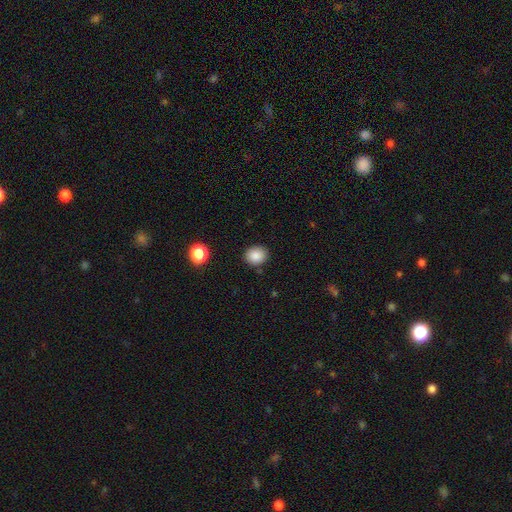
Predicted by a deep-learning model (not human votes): Smooth or featured?
  - smooth: 86% *
  - star or artifact: 10%
  - featured or disk: 4%
How rounded?
  - round: 66% *
  - in between: 34%
  - cigar-shaped: 1%
Merging?
  - none: 86% *
  - minor disturbance: 9%
  - major disturbance: 3%
  - merger: 2%